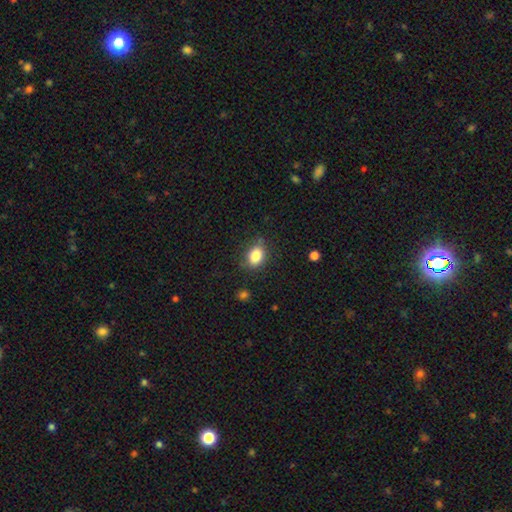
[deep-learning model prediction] Overall: smooth (84%). How rounded: in between (75%). Merging: none (78%).